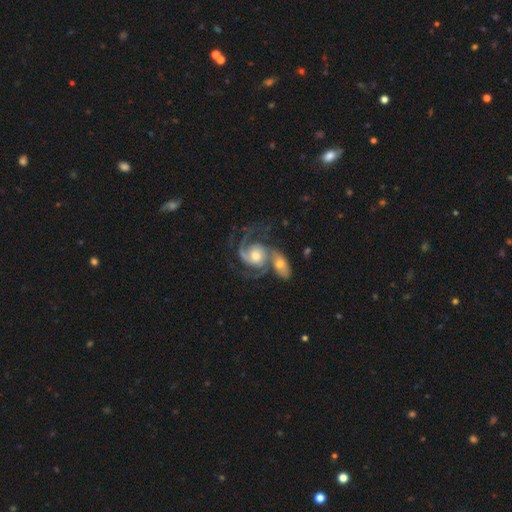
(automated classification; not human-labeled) This appears to be a featured or disk galaxy (90%) with no bar (62%), 2 (81%) medium (53%) spiral arms (98%) and a moderate central bulge (63%). Merging: merger (53%).